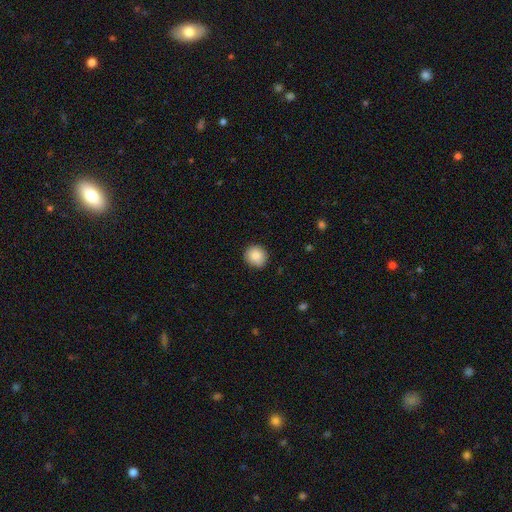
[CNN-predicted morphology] This appears to be a smooth galaxy with no disk features (87%) that is round (87%). Merging: none (88%).